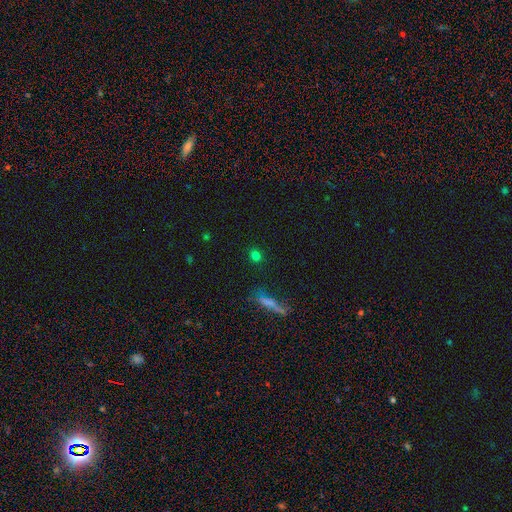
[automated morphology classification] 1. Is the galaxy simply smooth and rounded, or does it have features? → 77% smooth, 17% star or artifact, 6% featured or disk.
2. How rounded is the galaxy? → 71% round, 24% in between, 5% cigar-shaped.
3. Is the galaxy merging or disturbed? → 87% none, 8% minor disturbance, 3% major disturbance, 3% merger.